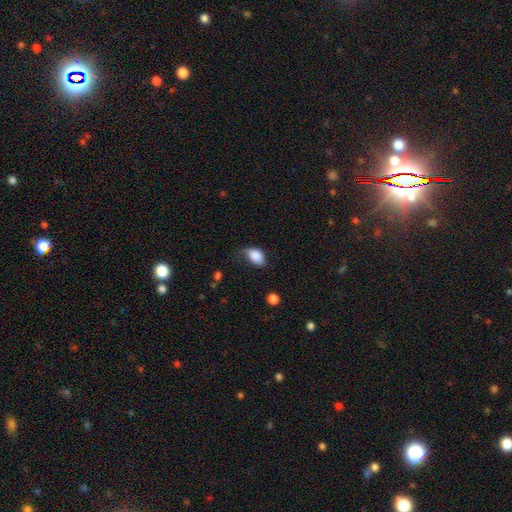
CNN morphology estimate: Overall: smooth (86%). How rounded: in between (89%). Merging: none (54%; minor disturbance 34%).